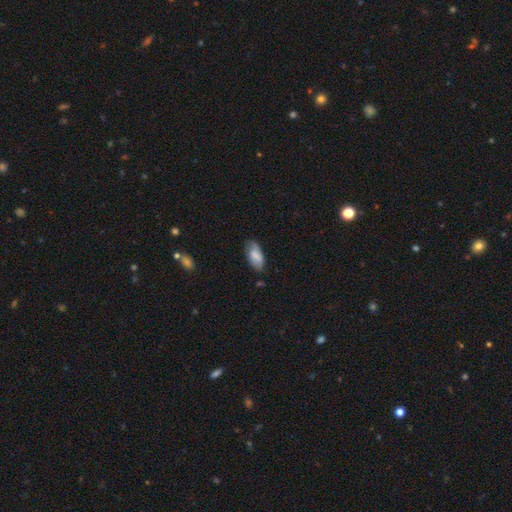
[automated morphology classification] type=smooth (77%); roundness=in between (91%); merging=none (67%).